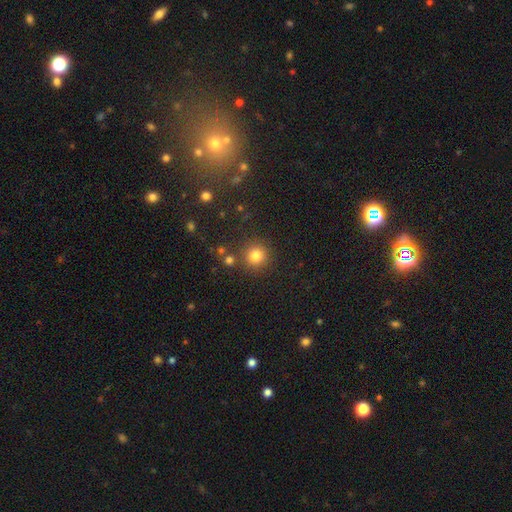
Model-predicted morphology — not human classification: This is clearly a smooth galaxy (81%). How rounded: clearly round (92%). Merging: clearly none (83%).